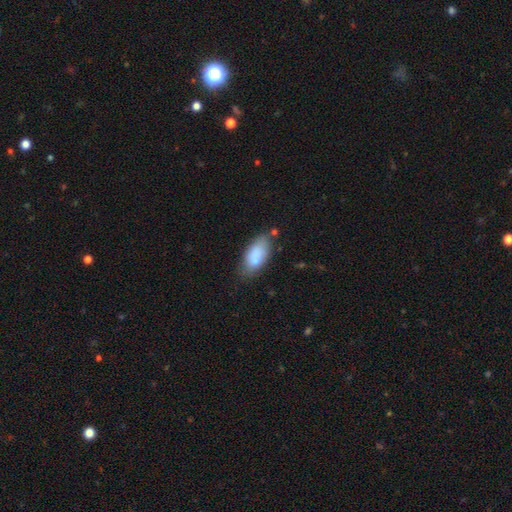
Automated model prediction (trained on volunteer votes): Q: Smooth or featured?
A: smooth (83%); runner-up: featured or disk (10%)
Q: How rounded?
A: in between (89%); runner-up: cigar-shaped (9%)
Q: Merging?
A: none (63%); runner-up: minor disturbance (24%)